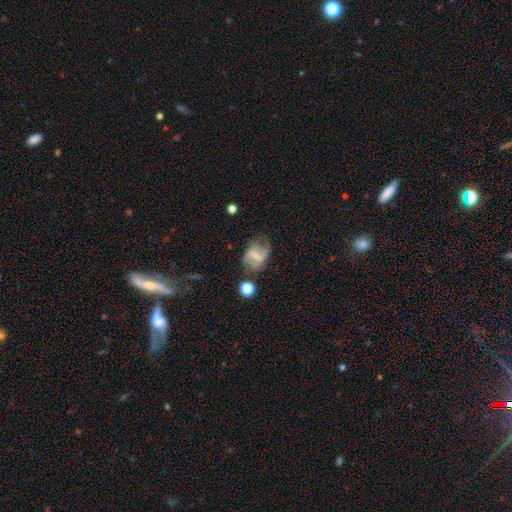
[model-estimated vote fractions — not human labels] smooth_or_featured: featured or disk (p=0.68) [alt: smooth p=0.22]
disk_edge_on: no (p=0.97) [alt: yes p=0.03]
bar: strong (p=0.41) [tied with: weak p=0.41]
has_spiral_arms: yes (p=0.85) [alt: no p=0.15]
spiral_winding: loose (p=0.53) [alt: medium p=0.36]
spiral_arm_count: 2 (p=0.82) [alt: can't tell p=0.08]
bulge_size: none (p=0.54) [alt: small p=0.28]
merging: none (p=0.58) [alt: minor disturbance p=0.22]